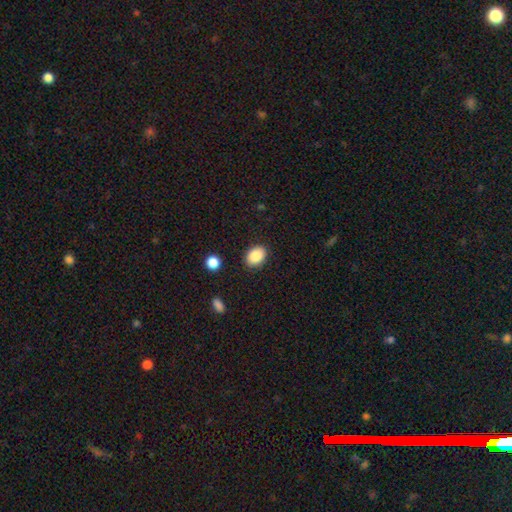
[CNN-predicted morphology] Smooth or featured: smooth — 87% (star or artifact — 8%)
How rounded: in between — 75% (round — 24%)
Merging: none — 86% (minor disturbance — 9%)